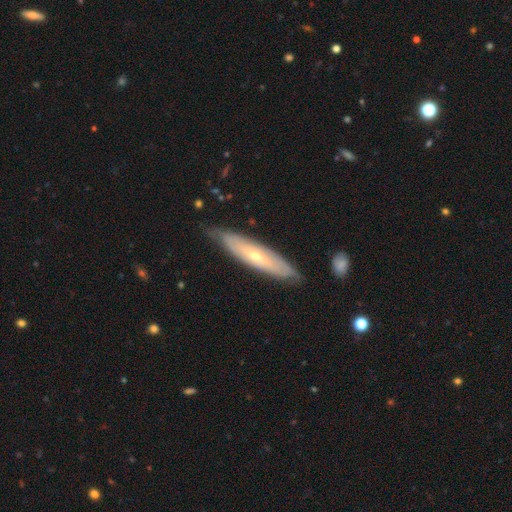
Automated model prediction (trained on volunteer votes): smooth-or-featured: featured or disk: 59% | smooth: 35% | star or artifact: 6%
  disk-edge-on: yes: 51% | no: 49%
  merging: none: 78% | minor disturbance: 17% | major disturbance: 3% | merger: 2%